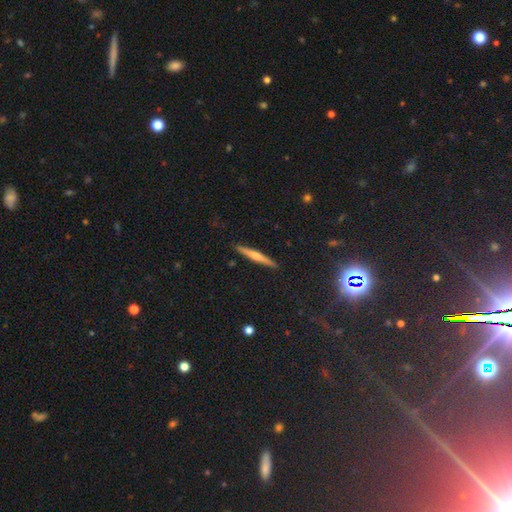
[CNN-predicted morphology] smooth_or_featured: featured or disk (p=0.50) [alt: smooth p=0.43]
merging: none (p=0.91) [alt: minor disturbance p=0.06]